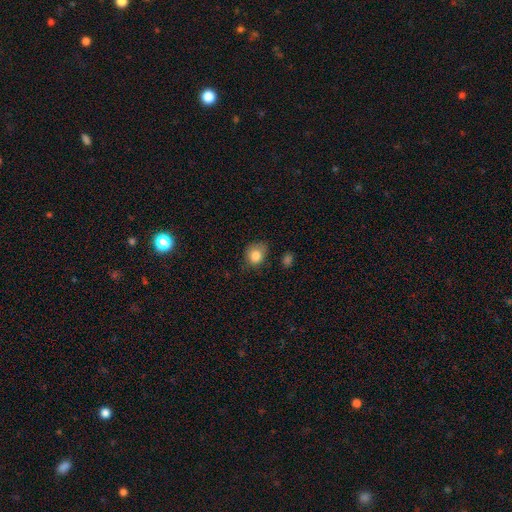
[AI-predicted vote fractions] This is clearly a smooth galaxy (82%). How rounded: likely round (61%). Merging: likely none (64%).